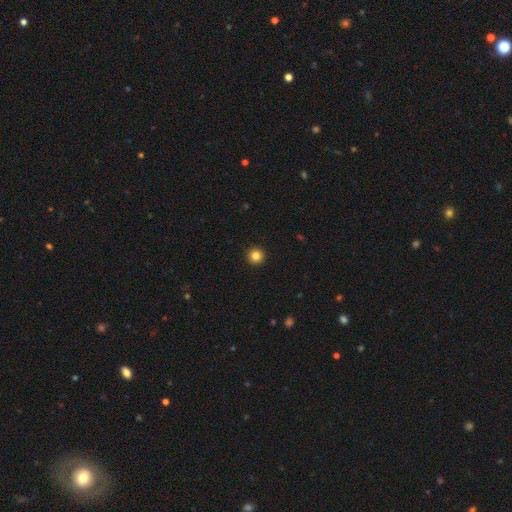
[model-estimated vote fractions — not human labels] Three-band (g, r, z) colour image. It shows a smooth galaxy with no disk features (84%) that is round (97%). Merging: none (94%).